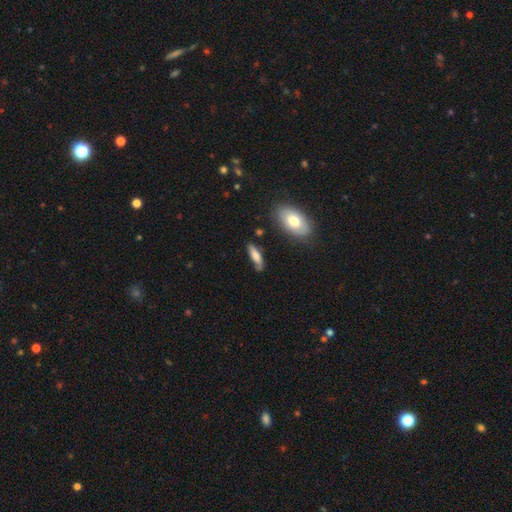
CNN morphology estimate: A smooth galaxy with no disk features (68%) that is cigar-shaped (51%).

Vote fractions:
- Smooth or featured? smooth: 68% / featured or disk: 25% / star or artifact: 7%
- How rounded? cigar-shaped: 51% / in between: 46% / round: 3%
- Merging? none: 68% / minor disturbance: 22% / major disturbance: 6% / merger: 5%